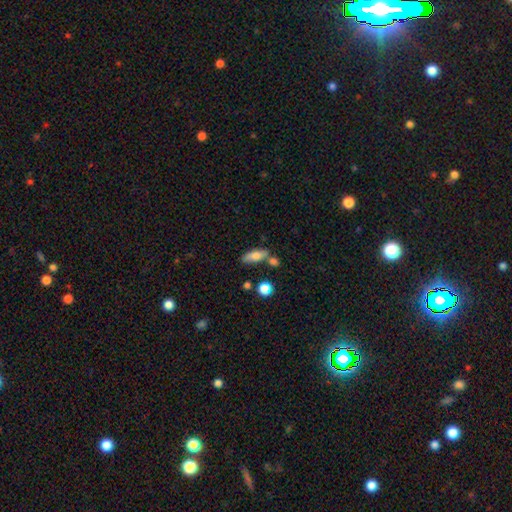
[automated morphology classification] type=smooth (76%); roundness=in between (65%); merging=none (60%).